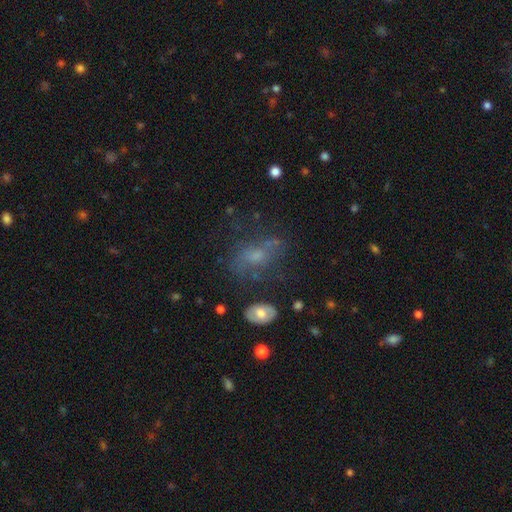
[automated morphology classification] This appears to be a smooth galaxy with no disk features (41%). Merging: none (50%).